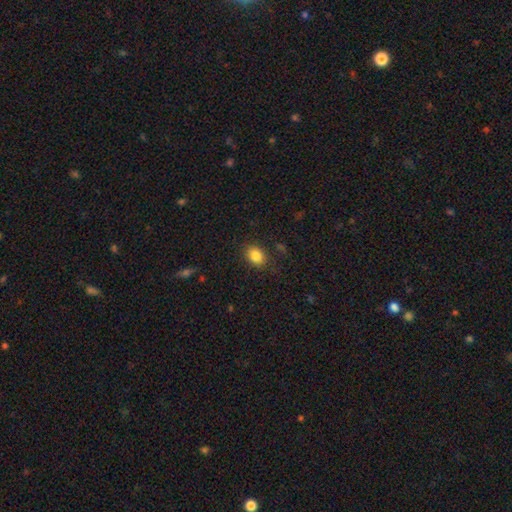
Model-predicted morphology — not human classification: smooth-or-featured: smooth: 84% | star or artifact: 10% | featured or disk: 6%
  how-rounded: in between: 64% | round: 35% | cigar-shaped: 1%
  merging: none: 82% | minor disturbance: 13% | major disturbance: 4% | merger: 1%